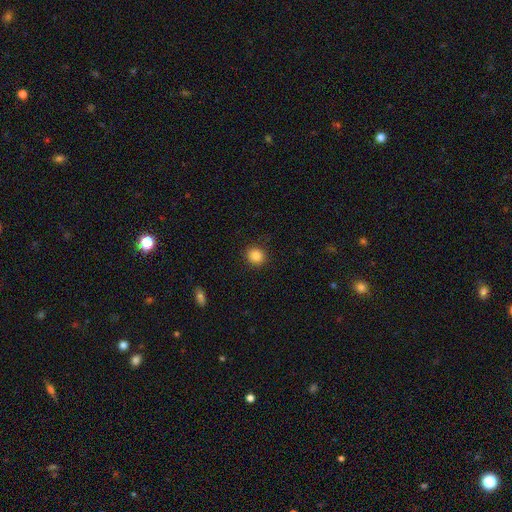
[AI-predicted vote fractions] This is clearly a smooth galaxy (86%). How rounded: clearly round (84%). Merging: clearly none (90%).